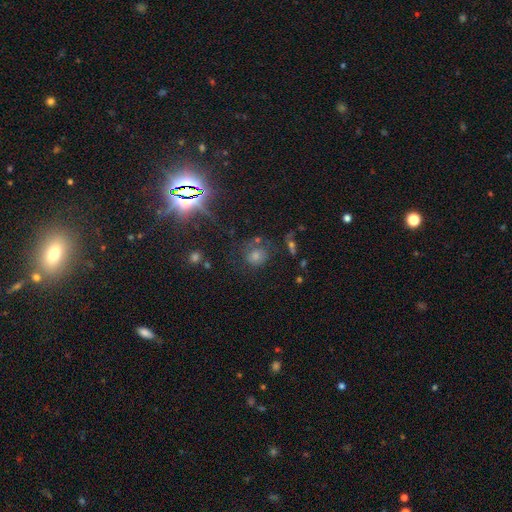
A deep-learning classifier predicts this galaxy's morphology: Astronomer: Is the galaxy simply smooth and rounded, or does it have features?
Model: star or artifact — 46% (runner-up: smooth, 39%).